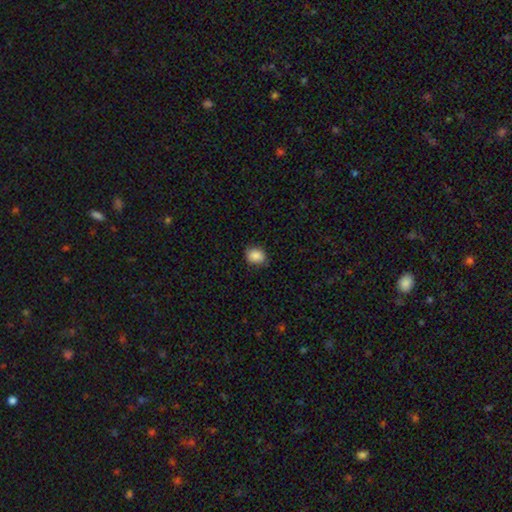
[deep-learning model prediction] A smooth galaxy with no disk features (88%) that is round (53%).

Vote fractions:
- Smooth or featured? smooth: 88% / star or artifact: 9% / featured or disk: 3%
- How rounded? round: 53% / in between: 46% / cigar-shaped: 1%
- Merging? none: 83% / minor disturbance: 14% / major disturbance: 3% / merger: 1%